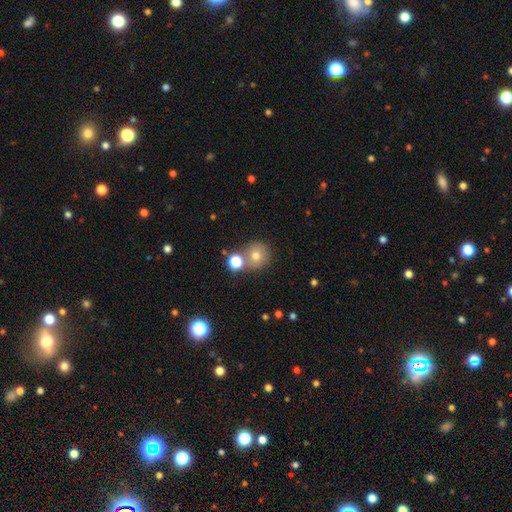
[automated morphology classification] The model was most divided on "merging": none: 65%, merger: 23%, minor disturbance: 9%, major disturbance: 3%. More confident: how rounded — round (89%); smooth or featured — smooth (74%).